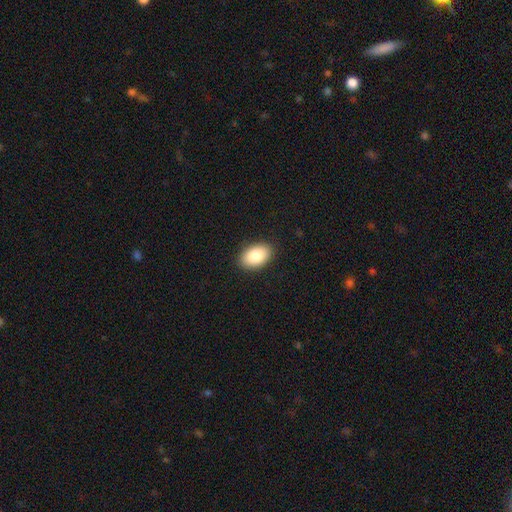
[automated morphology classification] A smooth galaxy with no disk features (85%) that is in between round and cigar-shaped (91%).

Vote fractions:
- Smooth or featured? smooth: 85% / featured or disk: 8% / star or artifact: 7%
- How rounded? in between: 91% / round: 8% / cigar-shaped: 1%
- Merging? none: 89% / minor disturbance: 8% / major disturbance: 2% / merger: 1%